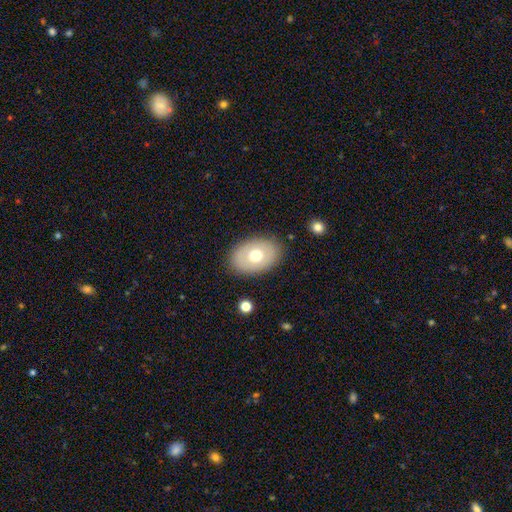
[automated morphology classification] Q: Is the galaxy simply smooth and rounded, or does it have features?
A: smooth — 63%.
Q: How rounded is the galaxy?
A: in between — 82%.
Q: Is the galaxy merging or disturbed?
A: none — 85%.